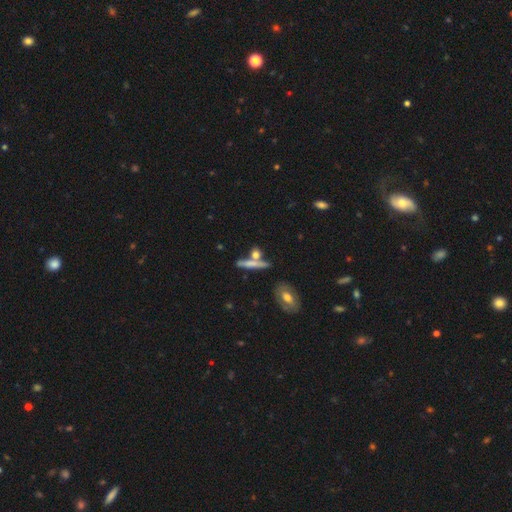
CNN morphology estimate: Overall: smooth (59%; featured or disk 30%). How rounded: cigar-shaped (61%). Merging: none (60%; merger 24%).